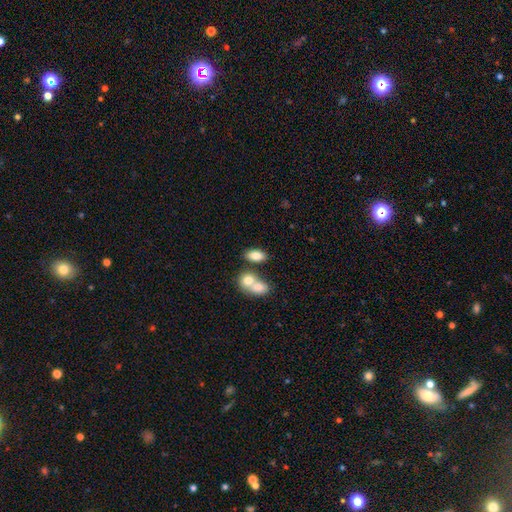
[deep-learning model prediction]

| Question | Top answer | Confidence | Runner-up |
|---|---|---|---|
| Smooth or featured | smooth | 82% | featured or disk (10%) |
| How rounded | in between | 89% | round (9%) |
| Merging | none | 55% | merger (32%) |